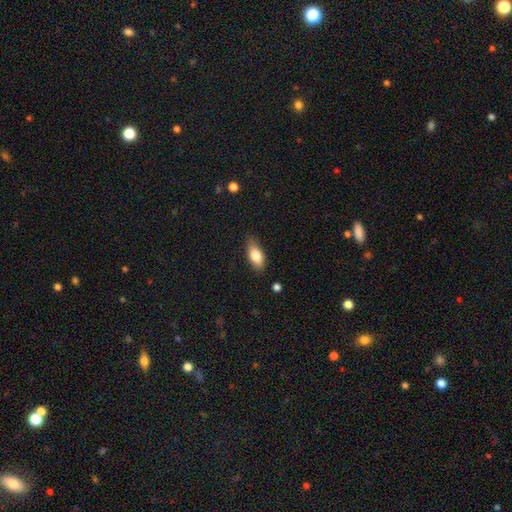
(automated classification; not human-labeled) Smooth or featured?
  - smooth: 82% *
  - featured or disk: 11%
  - star or artifact: 7%
How rounded?
  - in between: 86% *
  - cigar-shaped: 10%
  - round: 4%
Merging?
  - none: 78% *
  - minor disturbance: 17%
  - major disturbance: 3%
  - merger: 1%